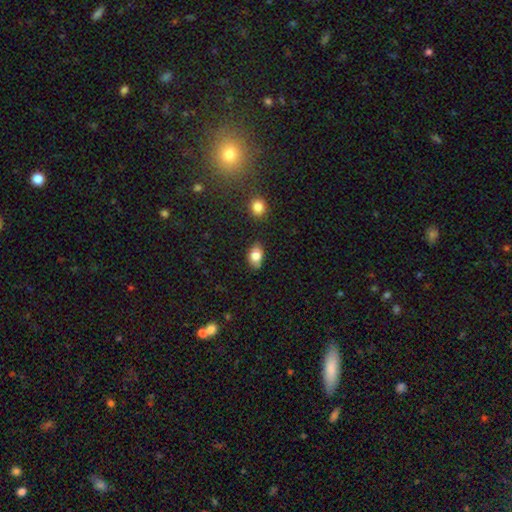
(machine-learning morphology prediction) Overall: smooth (81%). How rounded: in between (84%). Merging: none (75%).